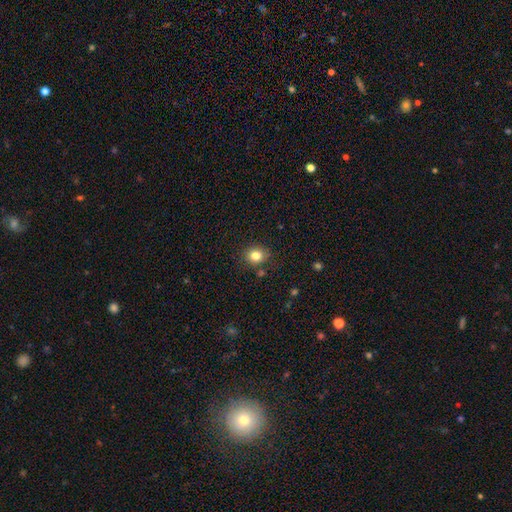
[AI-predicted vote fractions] Smooth or featured? smooth (82%)
How rounded? round (72%)
Merging? none (83%)